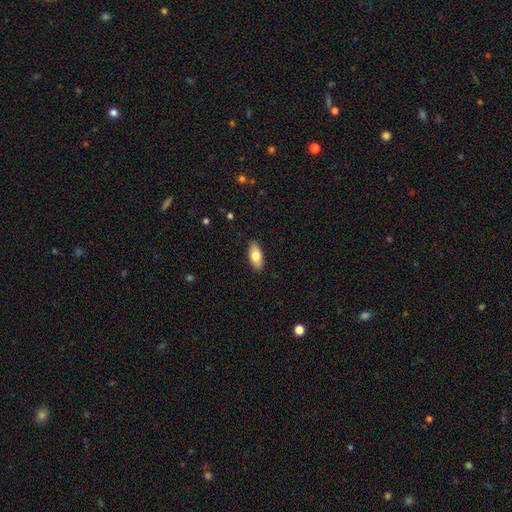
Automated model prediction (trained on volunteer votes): This is likely a smooth galaxy (77%). How rounded: clearly in between (87%). Merging: clearly none (89%).